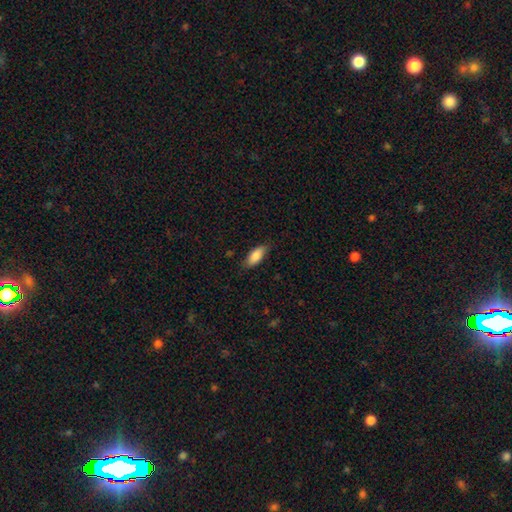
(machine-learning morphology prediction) type=smooth (85%); roundness=in between (83%); merging=none (80%).